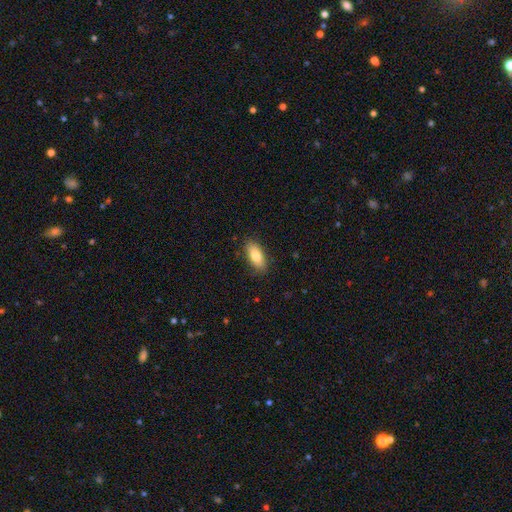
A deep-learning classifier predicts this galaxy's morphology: smooth 79%, featured or disk 14%, star or artifact 7%. Down the decision tree: how rounded — in between (83%); merging — none (86%).